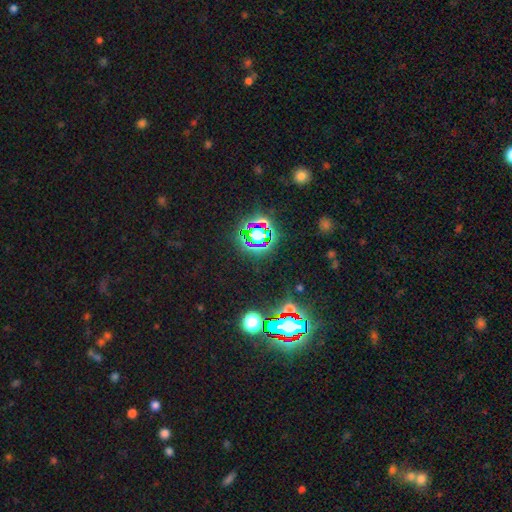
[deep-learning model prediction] smooth-or-featured: star or artifact: 79% | smooth: 13% | featured or disk: 7%